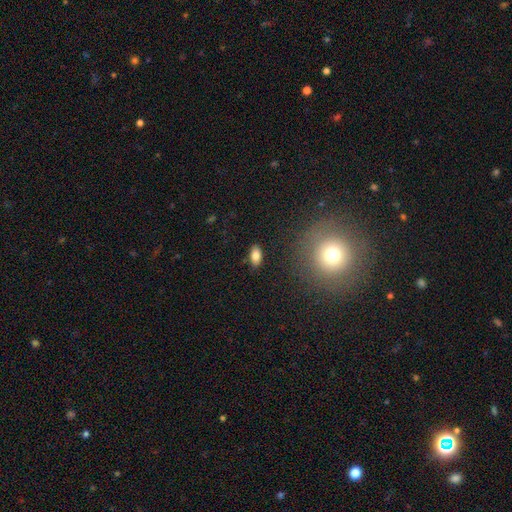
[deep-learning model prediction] smooth-or-featured: smooth: 82% | star or artifact: 9% | featured or disk: 9%
  how-rounded: in between: 91% | round: 5% | cigar-shaped: 4%
  merging: none: 86% | minor disturbance: 10% | major disturbance: 2% | merger: 2%